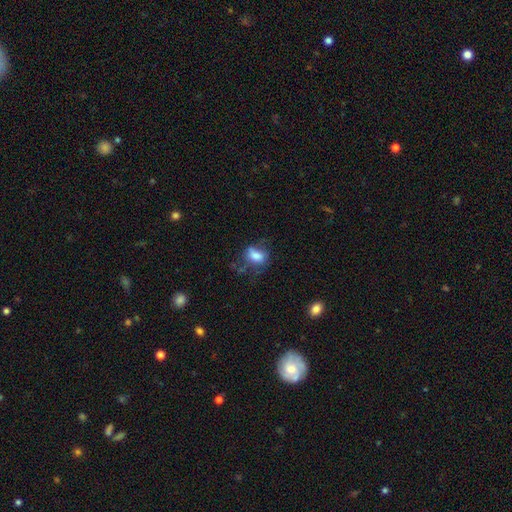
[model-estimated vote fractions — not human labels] The model was most divided on "merging": none: 41%, minor disturbance: 28%, major disturbance: 27%, merger: 4%. More confident: how rounded — in between (73%); smooth or featured — smooth (69%).